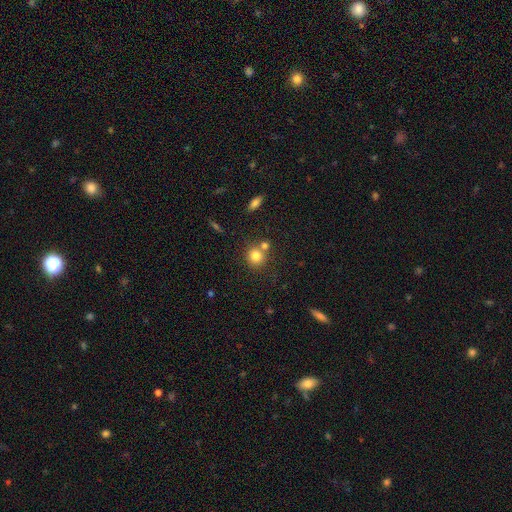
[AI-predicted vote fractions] Q: Smooth or featured?
A: smooth (80%); runner-up: star or artifact (11%)
Q: How rounded?
A: round (87%); runner-up: in between (12%)
Q: Merging?
A: none (59%); runner-up: merger (28%)